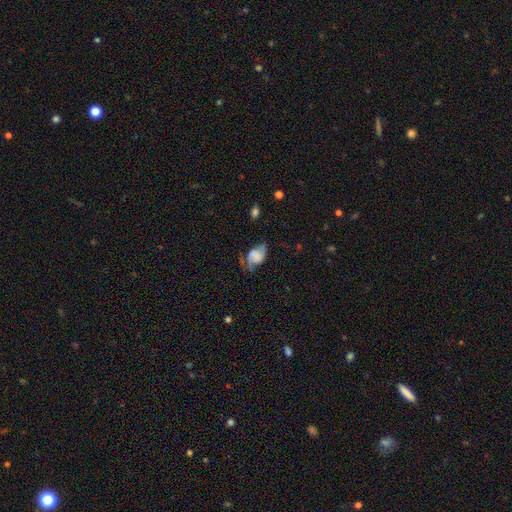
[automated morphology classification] The model was most divided on "merging": none: 38%, minor disturbance: 32%, major disturbance: 26%, merger: 4%. More confident: how rounded — in between (85%); smooth or featured — smooth (50%).